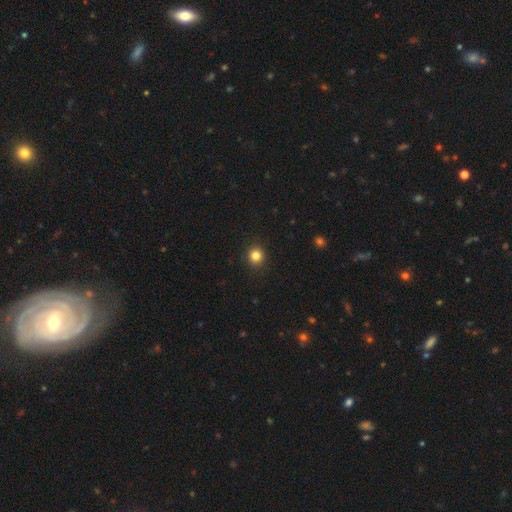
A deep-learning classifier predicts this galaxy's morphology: The model was most divided on "smooth or featured": smooth: 83%, star or artifact: 12%, featured or disk: 5%. More confident: merging — none (92%); how rounded — round (89%).